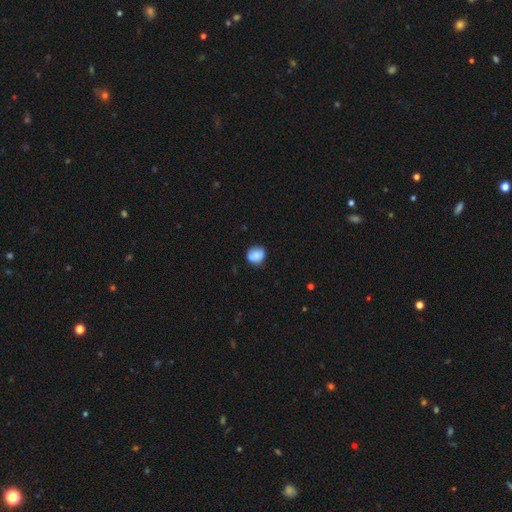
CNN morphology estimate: A smooth galaxy with no disk features (77%) that is round (76%). Merging: none (65%).